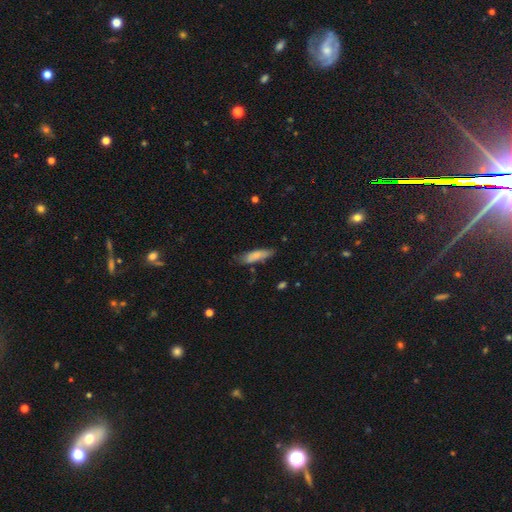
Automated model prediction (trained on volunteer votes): Smooth or featured? Predicted: smooth (p=0.78). How rounded? Predicted: cigar-shaped (p=0.60). Merging? Predicted: none (p=0.70).